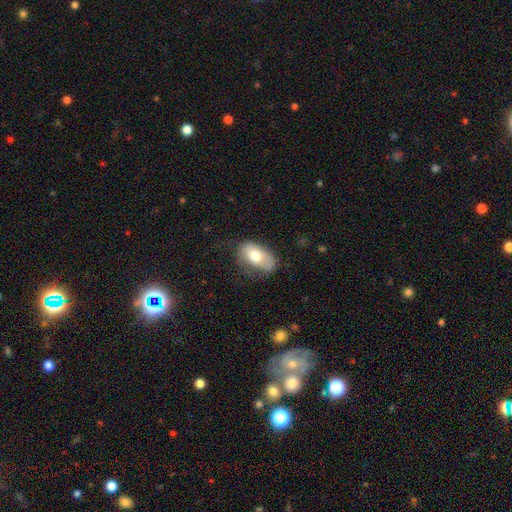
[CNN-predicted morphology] type=smooth (70%); roundness=in between (91%); merging=none (51%).